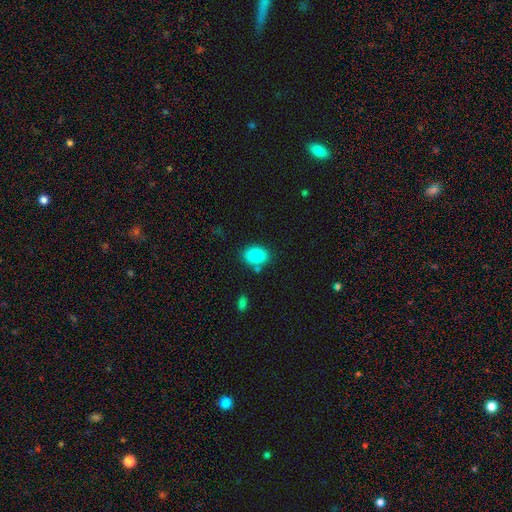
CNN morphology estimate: Smooth or featured: smooth — 87% (star or artifact — 8%)
How rounded: in between — 79% (round — 20%)
Merging: none — 77% (minor disturbance — 12%)